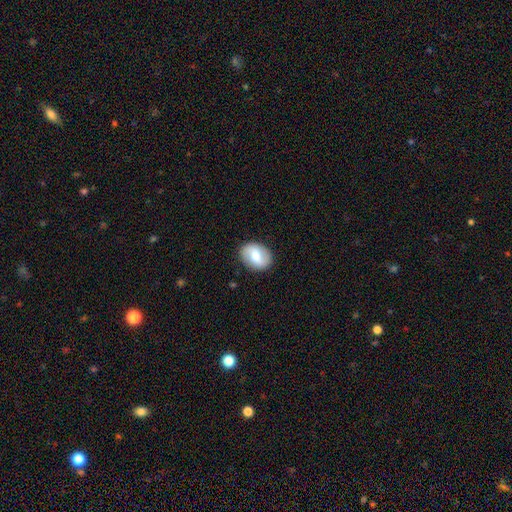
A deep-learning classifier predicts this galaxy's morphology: Smooth or featured?
  - smooth: 59% *
  - featured or disk: 35%
  - star or artifact: 7%
How rounded?
  - in between: 65% *
  - round: 34%
  - cigar-shaped: 1%
Merging?
  - none: 87% *
  - minor disturbance: 9%
  - major disturbance: 2%
  - merger: 1%